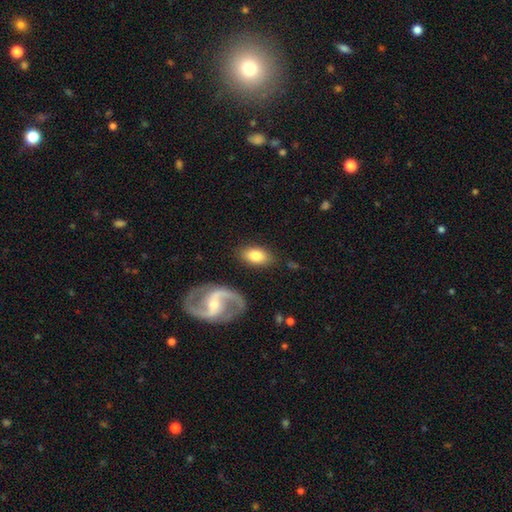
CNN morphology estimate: Smooth or featured: smooth — 71% (featured or disk — 22%)
How rounded: in between — 91% (round — 6%)
Merging: none — 80% (minor disturbance — 12%)